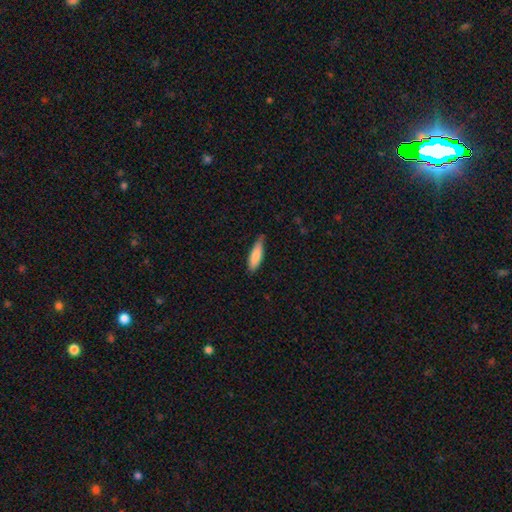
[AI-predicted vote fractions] Smooth or featured? Predicted: smooth (p=0.82). How rounded? Predicted: cigar-shaped (p=0.56). Merging? Predicted: none (p=0.69).